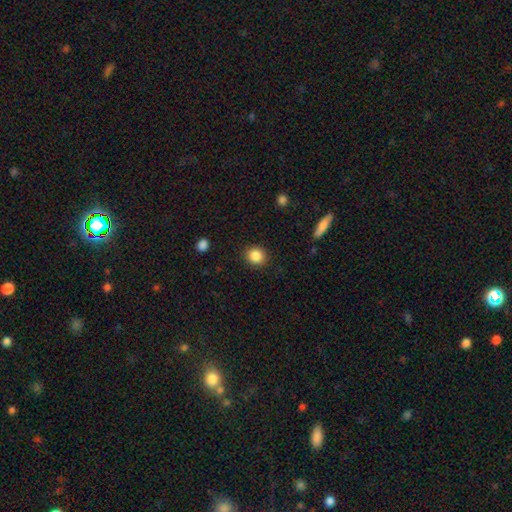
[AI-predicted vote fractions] Smooth or featured: smooth — 86% (star or artifact — 10%)
How rounded: round — 85% (in between — 14%)
Merging: none — 90% (minor disturbance — 7%)